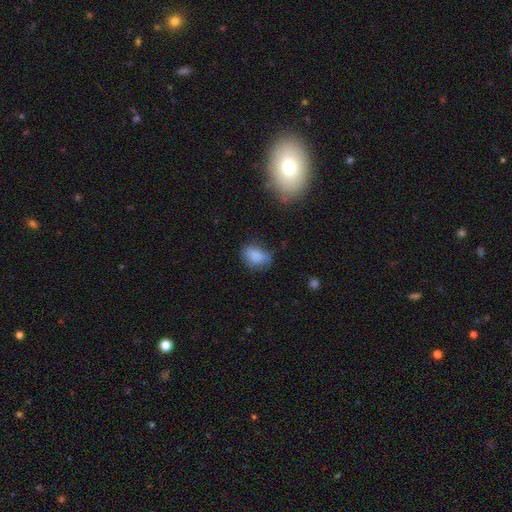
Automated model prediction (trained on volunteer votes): This is clearly a smooth galaxy (81%). How rounded: clearly in between (80%). Merging: possibly none (60%).